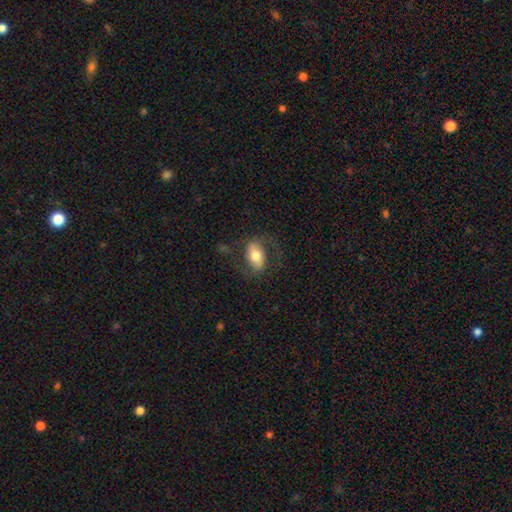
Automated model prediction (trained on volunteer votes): smooth_or_featured: smooth (p=0.59) [alt: featured or disk p=0.34]
how_rounded: in between (p=0.89) [alt: round p=0.09]
merging: none (p=0.68) [alt: minor disturbance p=0.17]